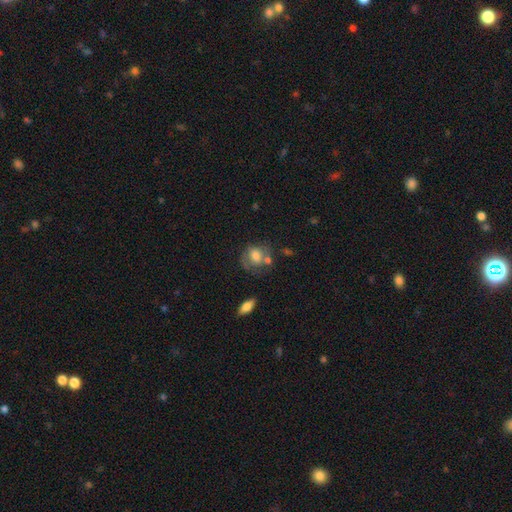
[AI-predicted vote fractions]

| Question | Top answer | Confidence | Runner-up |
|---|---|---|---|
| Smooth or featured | smooth | 61% | featured or disk (30%) |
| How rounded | round | 56% | in between (42%) |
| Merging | none | 44% | minor disturbance (22%) |